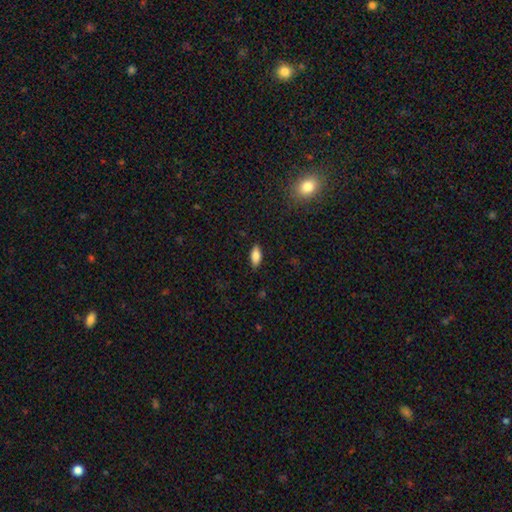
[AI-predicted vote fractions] Smooth or featured? Predicted: smooth (p=0.83). How rounded? Predicted: in between (p=0.85). Merging? Predicted: none (p=0.88).